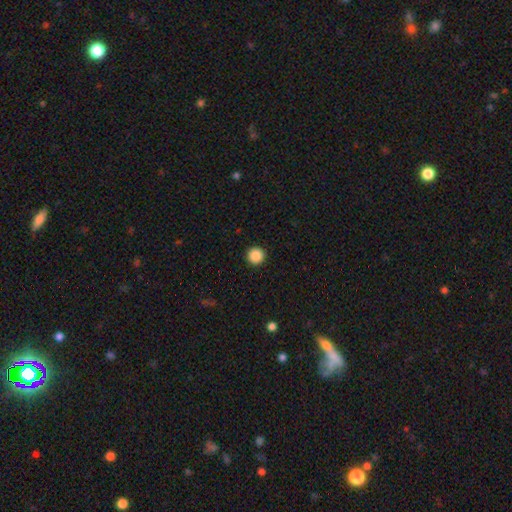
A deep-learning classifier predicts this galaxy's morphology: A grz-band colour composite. It shows a smooth galaxy with no disk features (88%) that is round (96%). Merging: none (94%).